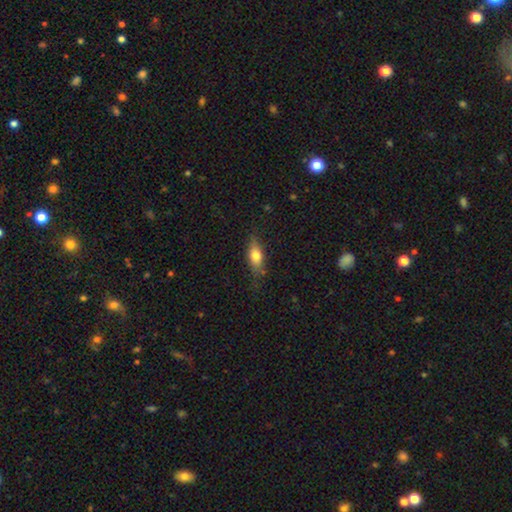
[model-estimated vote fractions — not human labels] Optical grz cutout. It shows a smooth galaxy with no disk features (69%) that is in between round and cigar-shaped (69%). Merging: none (76%).